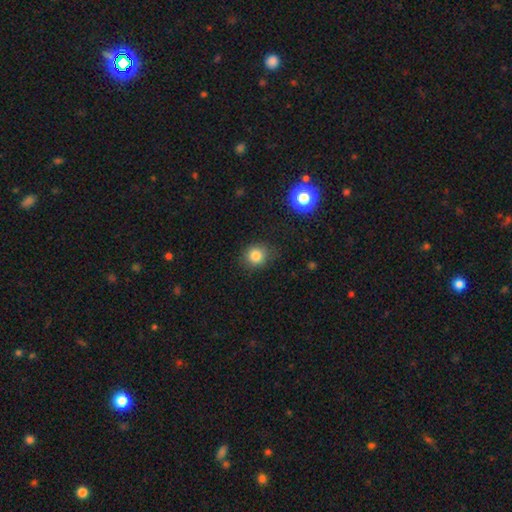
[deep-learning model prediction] This is clearly a smooth galaxy (82%). How rounded: clearly round (87%). Merging: clearly none (82%).